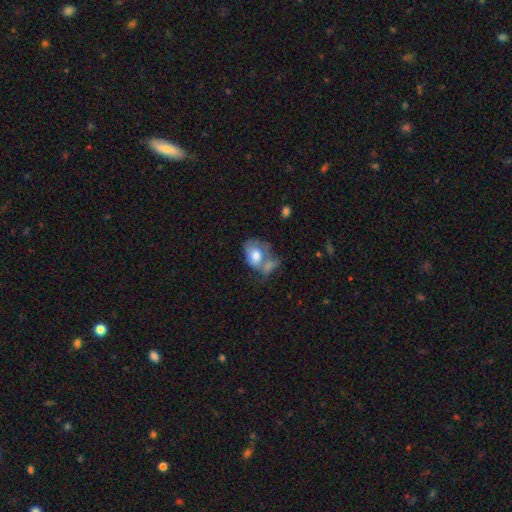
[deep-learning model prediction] Overall: smooth (63%; featured or disk 30%). How rounded: in between (75%). Merging: merger (44%; none 21%).